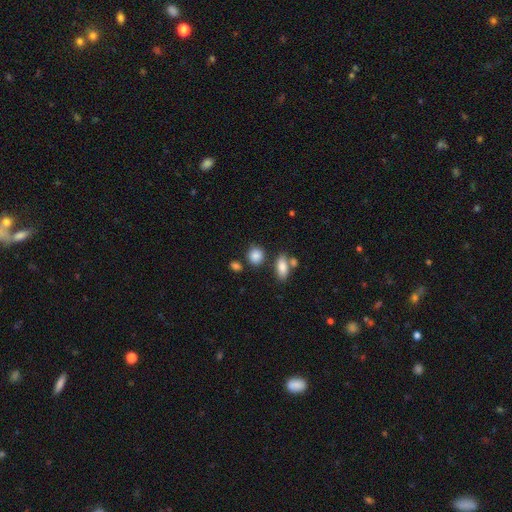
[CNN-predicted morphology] This appears to be a smooth galaxy with no disk features (86%) that is round (65%). Merging: none (71%).